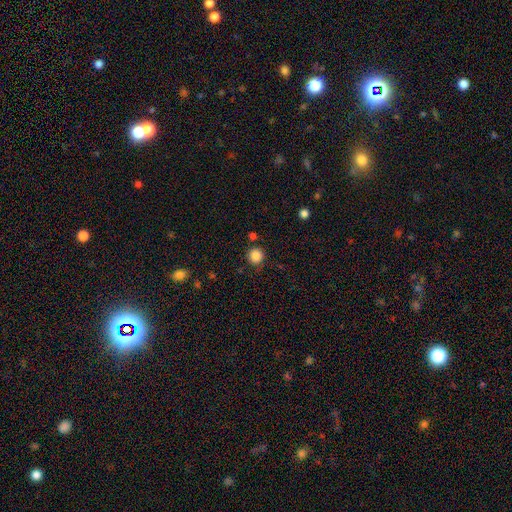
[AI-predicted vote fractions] smooth-or-featured: smooth: 86% | star or artifact: 10% | featured or disk: 4%
  how-rounded: round: 94% | in between: 5% | cigar-shaped: 1%
  merging: none: 84% | minor disturbance: 9% | merger: 4% | major disturbance: 3%